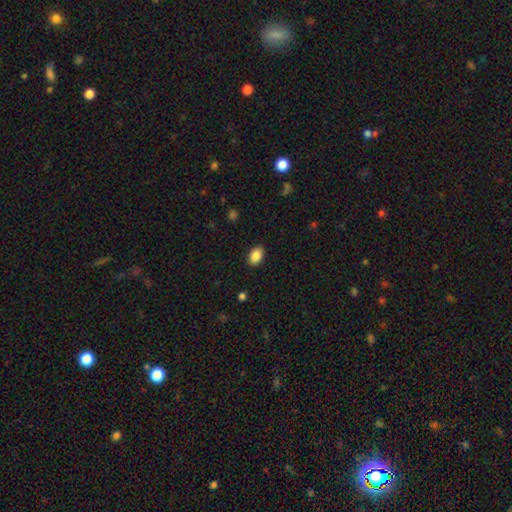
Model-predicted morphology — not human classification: type=smooth (87%); roundness=in between (84%); merging=none (89%).